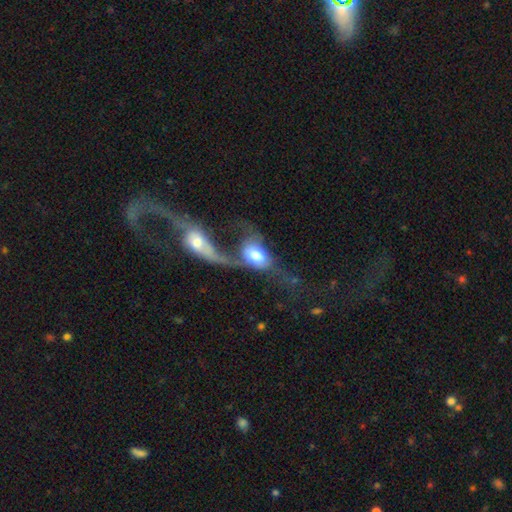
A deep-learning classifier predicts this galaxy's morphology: This is possibly a smooth galaxy (56%). How rounded: clearly in between (83%). Merging: likely merger (65%).